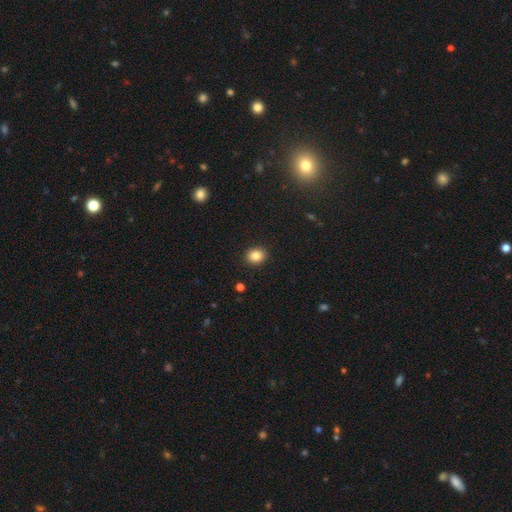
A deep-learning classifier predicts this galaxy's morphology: Q: Smooth or featured?
A: smooth (85%); runner-up: star or artifact (10%)
Q: How rounded?
A: round (65%); runner-up: in between (34%)
Q: Merging?
A: none (91%); runner-up: minor disturbance (6%)